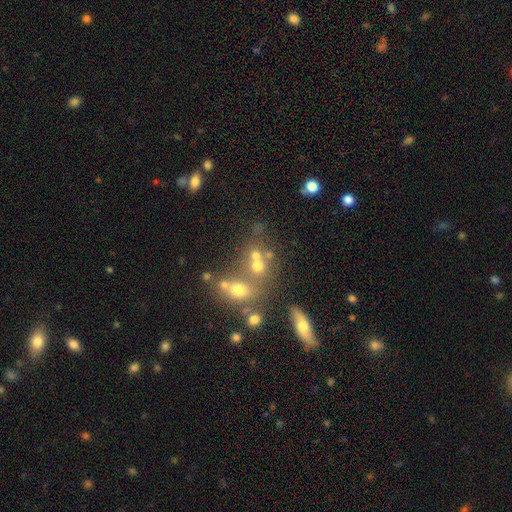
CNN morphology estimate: This appears to be a smooth galaxy with no disk features (62%) that is round (73%). Merging: none (45%).